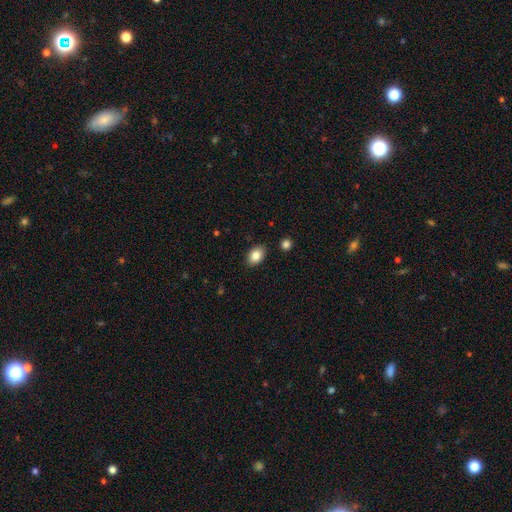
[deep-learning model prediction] smooth-or-featured: smooth: 84% | star or artifact: 8% | featured or disk: 8%
  how-rounded: in between: 83% | round: 16% | cigar-shaped: 1%
  merging: none: 88% | minor disturbance: 8% | major disturbance: 2% | merger: 2%